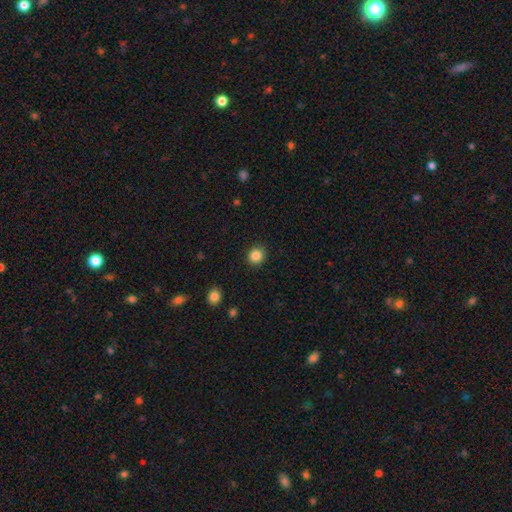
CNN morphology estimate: Q: Smooth or featured?
A: smooth (85%); runner-up: star or artifact (10%)
Q: How rounded?
A: round (86%); runner-up: in between (13%)
Q: Merging?
A: none (90%); runner-up: minor disturbance (7%)